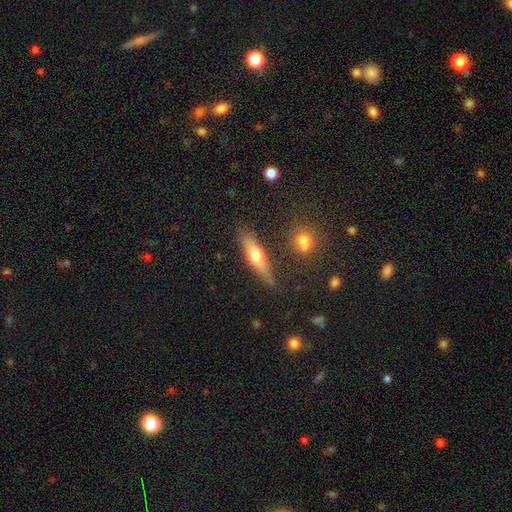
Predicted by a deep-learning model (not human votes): smooth 53%, featured or disk 40%, star or artifact 7%. Down the decision tree: how rounded — cigar-shaped (70%); merging — none (79%).